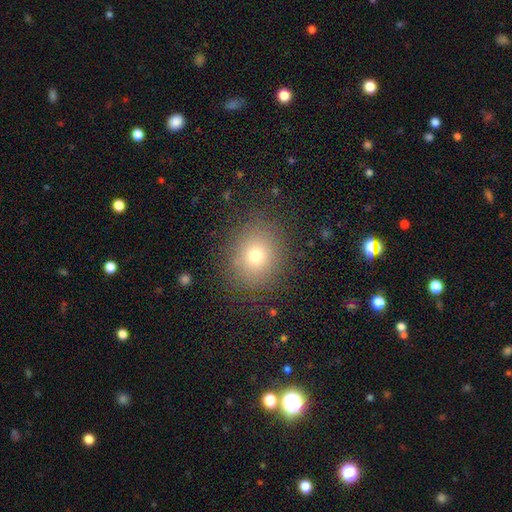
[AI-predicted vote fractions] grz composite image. It shows a smooth galaxy with no disk features (72%) that is round (75%). Merging: none (85%).